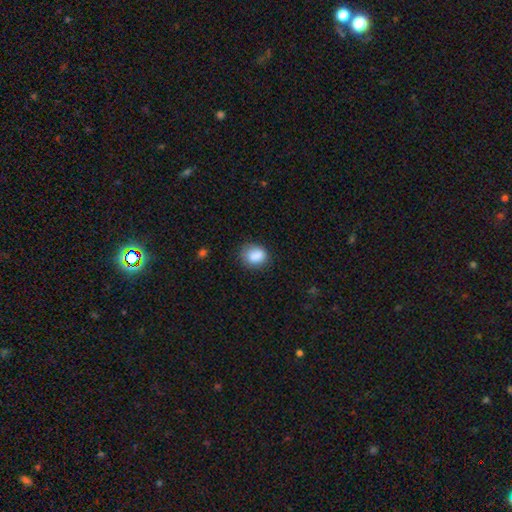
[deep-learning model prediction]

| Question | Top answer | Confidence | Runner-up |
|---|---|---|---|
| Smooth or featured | smooth | 85% | star or artifact (9%) |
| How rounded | round | 55% | in between (44%) |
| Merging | none | 71% | minor disturbance (20%) |